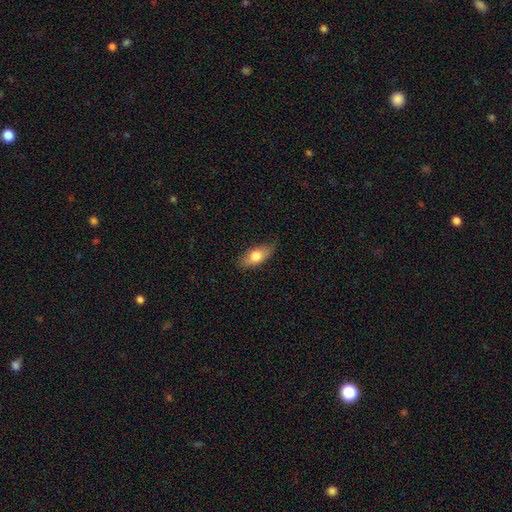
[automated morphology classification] Smooth or featured: smooth — 74% (featured or disk — 19%)
How rounded: in between — 81% (cigar-shaped — 15%)
Merging: none — 79% (minor disturbance — 17%)